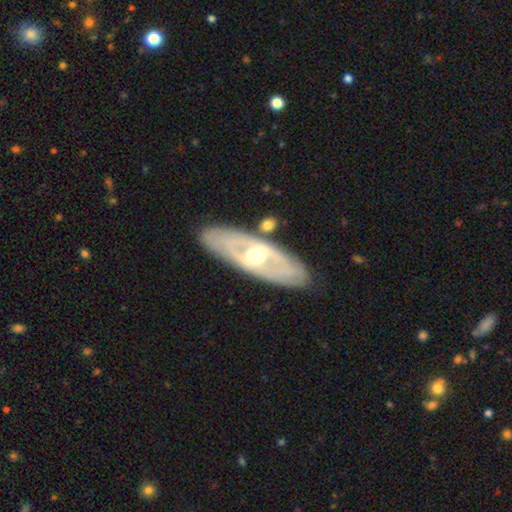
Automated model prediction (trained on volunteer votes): This is likely a featured or disk galaxy (75%). It is likely not viewed edge-on (77%). Bar: marginally no (35%). Spiral arm pattern: possibly no (57%). Central bulge: likely moderate (74%). Merging: clearly none (81%).